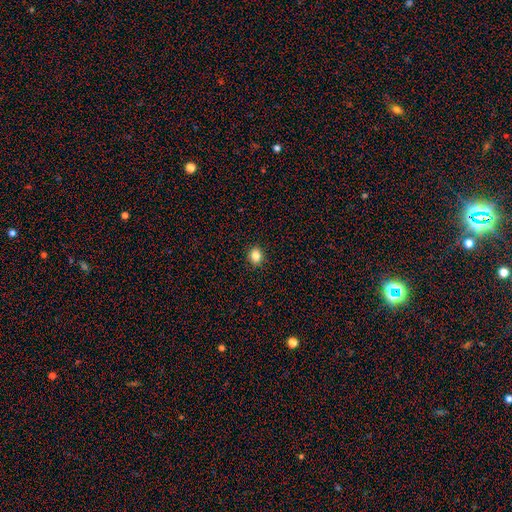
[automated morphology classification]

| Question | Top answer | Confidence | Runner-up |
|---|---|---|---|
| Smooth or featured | smooth | 84% | star or artifact (11%) |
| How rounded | round | 53% | in between (46%) |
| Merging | none | 91% | minor disturbance (6%) |